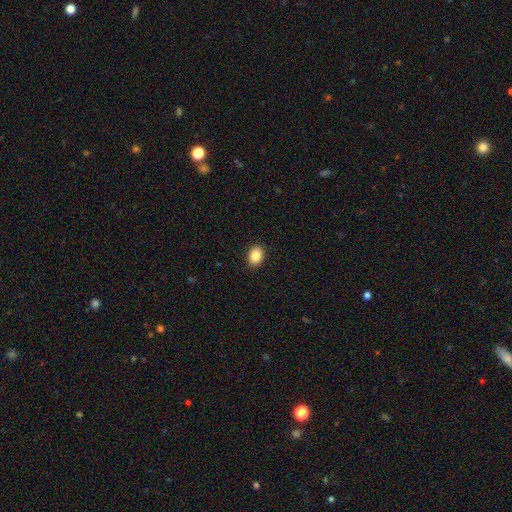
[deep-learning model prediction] A smooth galaxy with no disk features (86%) that is in between round and cigar-shaped (68%).

Vote fractions:
- Smooth or featured? smooth: 86% / star or artifact: 8% / featured or disk: 5%
- How rounded? in between: 68% / round: 31% / cigar-shaped: 1%
- Merging? none: 90% / minor disturbance: 7% / major disturbance: 2% / merger: 1%